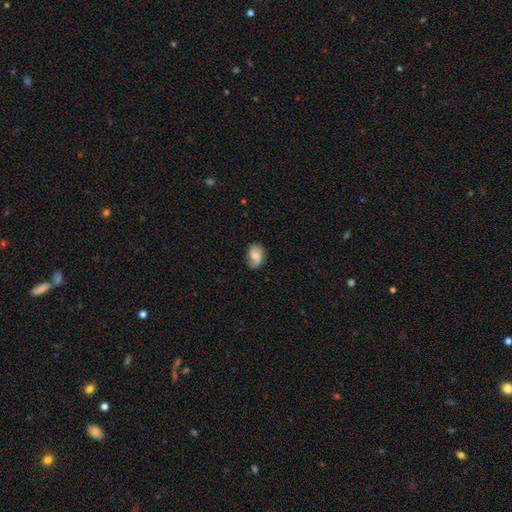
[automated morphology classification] Smooth or featured: smooth — 70% (featured or disk — 22%)
How rounded: in between — 80% (round — 19%)
Merging: none — 69% (minor disturbance — 24%)